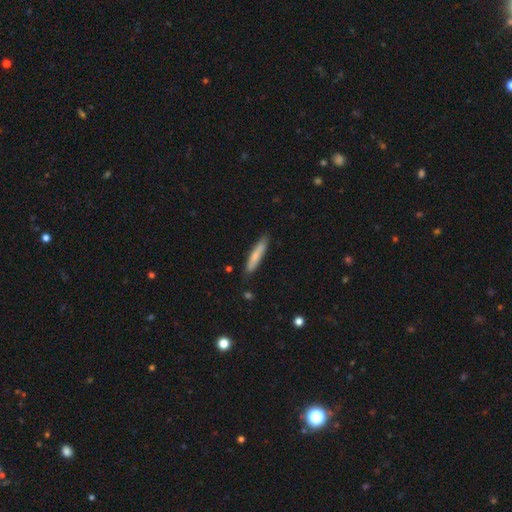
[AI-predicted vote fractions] smooth_or_featured: smooth (p=0.75) [alt: featured or disk p=0.20]
how_rounded: cigar-shaped (p=0.89) [alt: in between p=0.10]
merging: none (p=0.85) [alt: minor disturbance p=0.12]